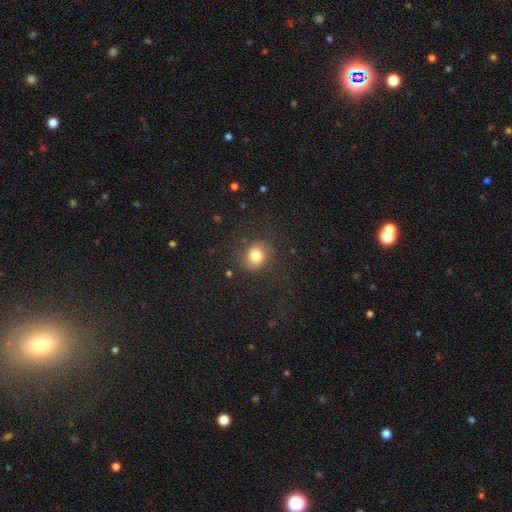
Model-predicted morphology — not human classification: smooth-or-featured: smooth: 79% | star or artifact: 12% | featured or disk: 9%
  how-rounded: round: 74% | in between: 25% | cigar-shaped: 1%
  merging: none: 80% | minor disturbance: 12% | major disturbance: 7% | merger: 1%